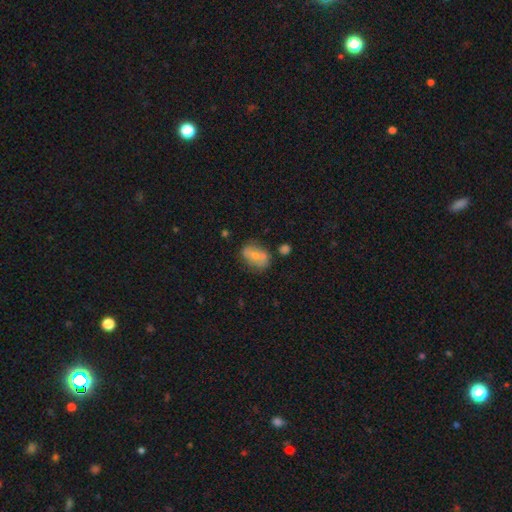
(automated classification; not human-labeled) This is likely a smooth galaxy (61%). How rounded: clearly in between (80%). Merging: likely none (61%).